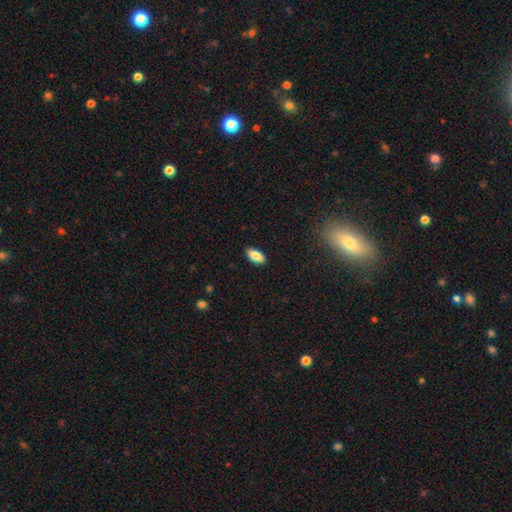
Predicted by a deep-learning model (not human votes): A smooth galaxy with no disk features (84%) that is in between round and cigar-shaped (91%). Merging: none (88%).